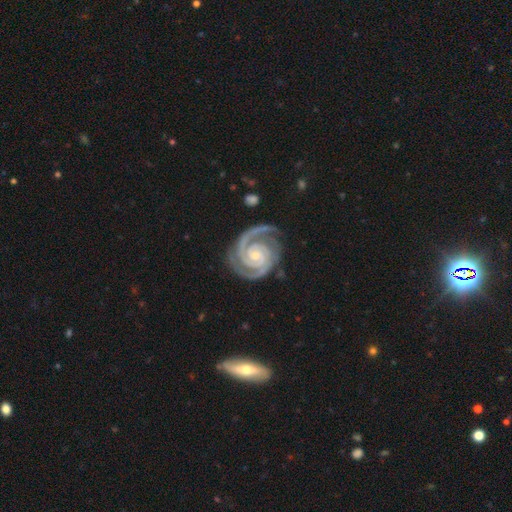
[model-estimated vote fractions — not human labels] A featured or disk galaxy (94%) with no bar (63%), 2 (75%) tight (77%) spiral arms (99%) and a small central bulge (70%).

Vote fractions:
- Smooth or featured? featured or disk: 94% / star or artifact: 3% / smooth: 2%
- Edge-on disk? no: 98% / yes: 2%
- Bar? no: 63% / weak: 25% / strong: 12%
- Spiral arms? yes: 99% / no: 1%
- Spiral winding? tight: 77% / medium: 21% / loose: 2%
- Spiral arm count? 2: 75% / 3: 15% / can't tell: 3% / 4: 3% / 1: 2% / more than 4: 2%
- Bulge size? small: 70% / moderate: 26% / none: 2% / large: 1% / dominant: 1%
- Merging? none: 77% / minor disturbance: 16% / major disturbance: 6% / merger: 2%